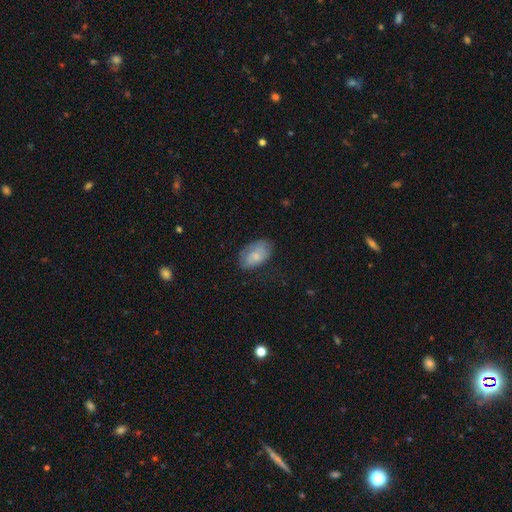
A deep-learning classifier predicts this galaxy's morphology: smooth 70%, featured or disk 23%, star or artifact 7%. Down the decision tree: how rounded — in between (92%); merging — none (62%).